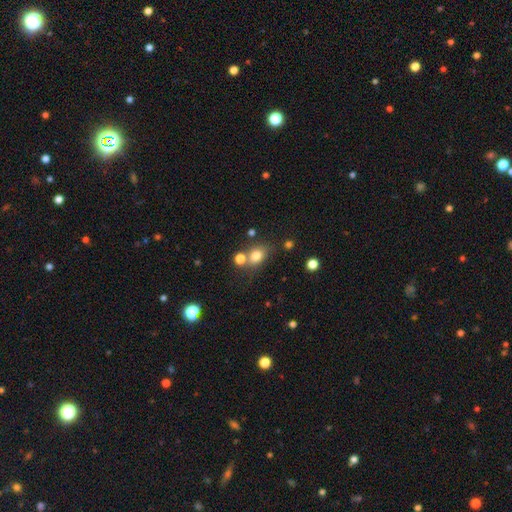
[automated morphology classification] smooth_or_featured: smooth (p=0.77) [alt: star or artifact p=0.14]
how_rounded: round (p=0.50) [alt: in between p=0.49]
merging: none (p=0.61) [alt: merger p=0.22]